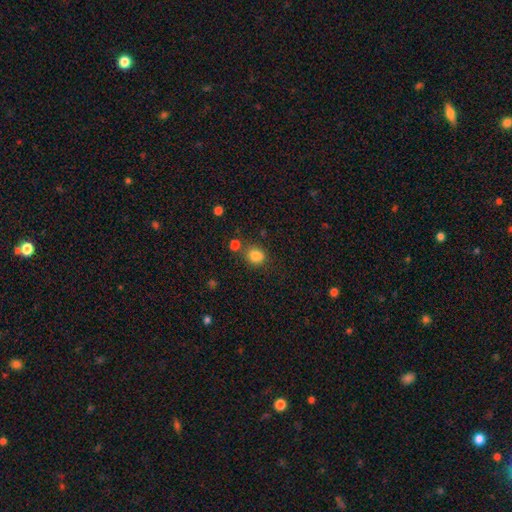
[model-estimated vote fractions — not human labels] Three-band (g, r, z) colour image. It shows a smooth galaxy with no disk features (84%) that is round (61%). Merging: none (70%).